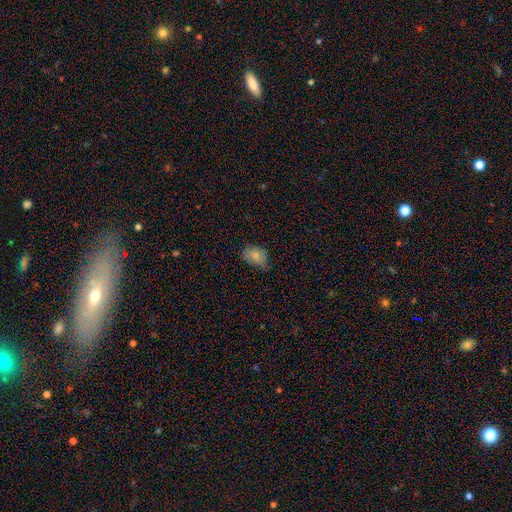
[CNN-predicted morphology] Smooth or featured? smooth (80%)
How rounded? in between (76%)
Merging? none (61%)